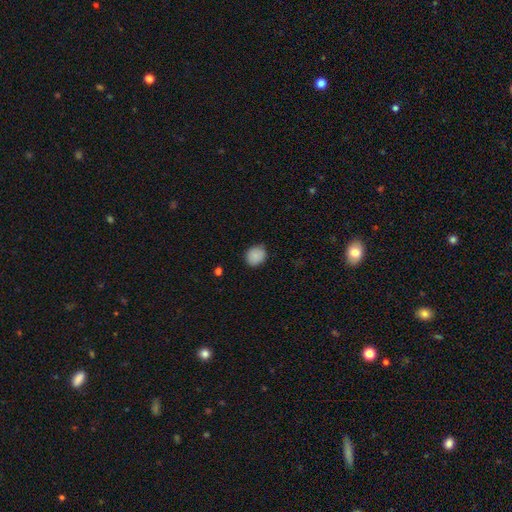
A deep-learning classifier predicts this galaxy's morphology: A smooth galaxy with no disk features (87%) that is round (67%).

Vote fractions:
- Smooth or featured? smooth: 87% / star or artifact: 8% / featured or disk: 5%
- How rounded? round: 67% / in between: 32% / cigar-shaped: 1%
- Merging? none: 78% / minor disturbance: 18% / major disturbance: 3% / merger: 1%